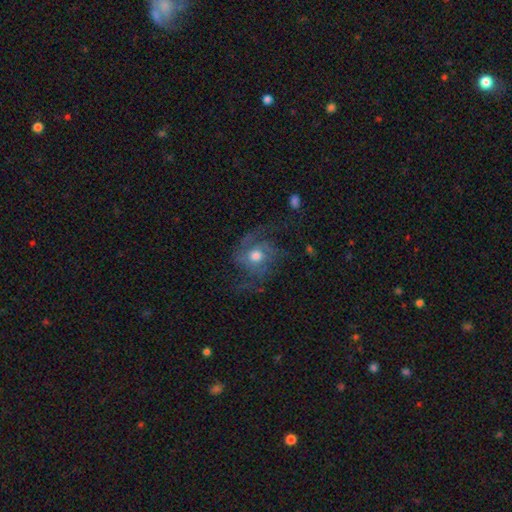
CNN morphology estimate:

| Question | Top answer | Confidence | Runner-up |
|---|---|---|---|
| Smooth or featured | featured or disk | 77% | smooth (14%) |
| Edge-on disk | no | 97% | yes (3%) |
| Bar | no | 70% | weak (24%) |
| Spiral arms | yes | 92% | no (8%) |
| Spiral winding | medium | 48% | loose (33%) |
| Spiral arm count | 2 | 50% | 3 (21%) |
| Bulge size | moderate | 71% | small (14%) |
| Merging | none | 60% | major disturbance (21%) |